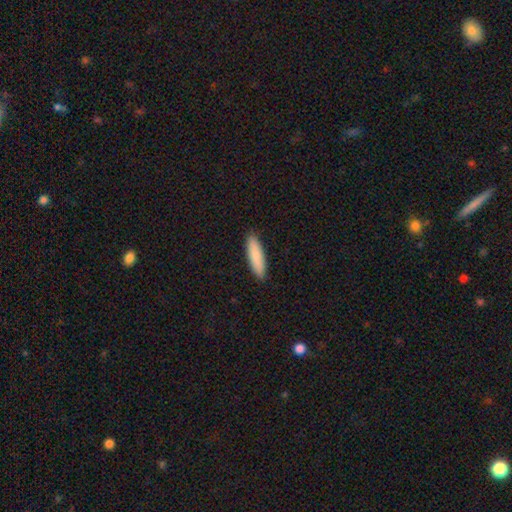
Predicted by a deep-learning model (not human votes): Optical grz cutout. It shows a smooth galaxy with no disk features (87%) that is cigar-shaped (72%). Merging: none (91%).